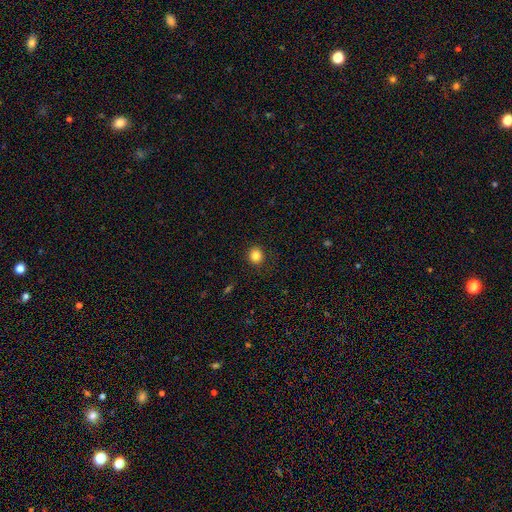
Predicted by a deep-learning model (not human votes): Smooth or featured: smooth — 83% (star or artifact — 12%)
How rounded: round — 88% (in between — 11%)
Merging: none — 89% (minor disturbance — 7%)